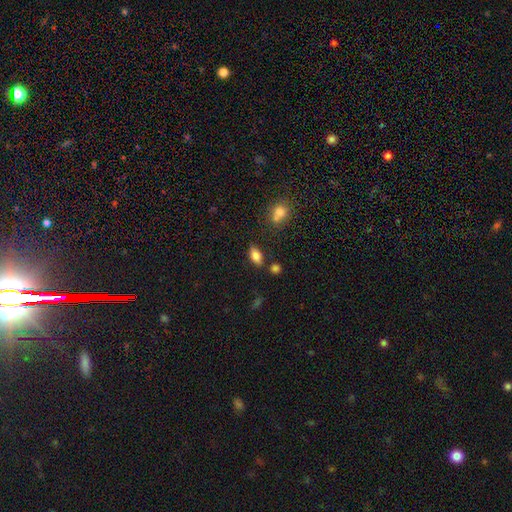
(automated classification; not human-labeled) smooth-or-featured: smooth: 79% | featured or disk: 12% | star or artifact: 9%
  how-rounded: in between: 87% | cigar-shaped: 9% | round: 5%
  merging: none: 76% | minor disturbance: 13% | merger: 8% | major disturbance: 4%